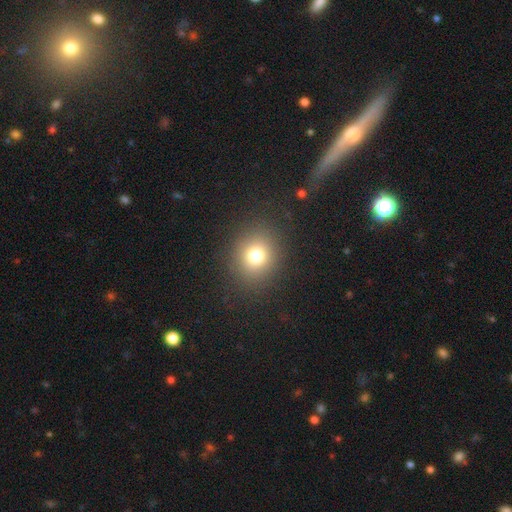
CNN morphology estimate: Overall: smooth (76%). How rounded: round (78%). Merging: none (88%).